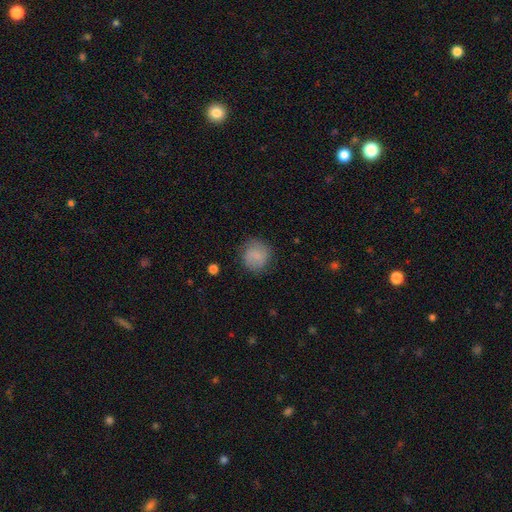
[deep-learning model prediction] The model was most divided on "smooth or featured": smooth: 75%, featured or disk: 17%, star or artifact: 8%. More confident: how rounded — round (87%); merging — none (77%).